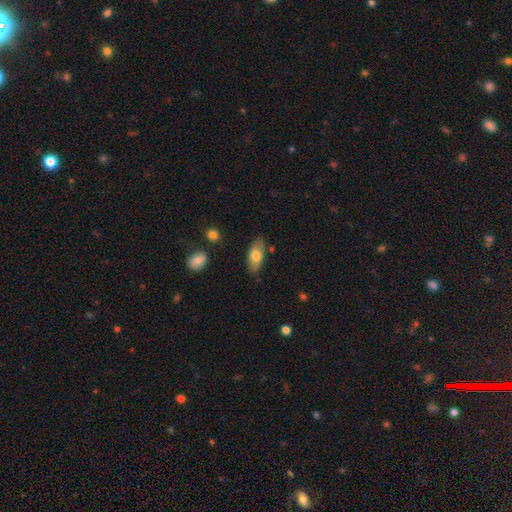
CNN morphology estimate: type=smooth (74%); roundness=in between (90%); merging=none (81%).